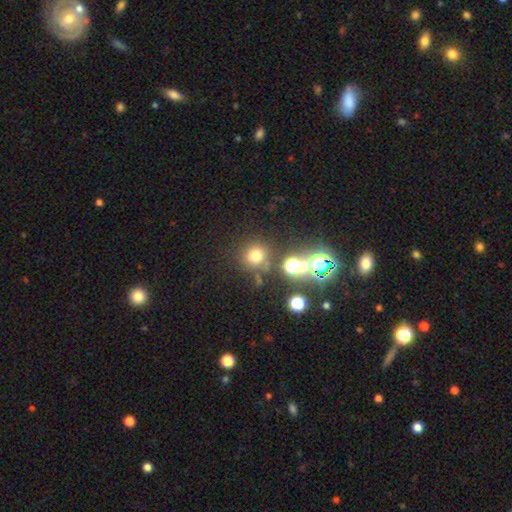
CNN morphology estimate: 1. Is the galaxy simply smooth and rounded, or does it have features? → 68% smooth, 25% star or artifact, 7% featured or disk.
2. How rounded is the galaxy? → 92% round, 7% in between, 1% cigar-shaped.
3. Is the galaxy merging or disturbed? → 75% none, 10% merger, 10% minor disturbance, 5% major disturbance.